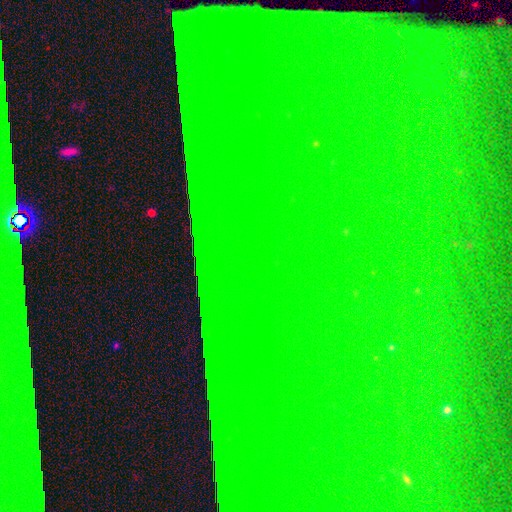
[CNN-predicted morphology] A star or artifact, not a galaxy (85%).